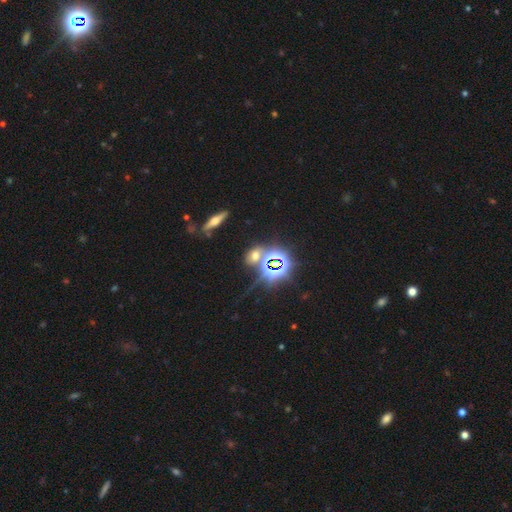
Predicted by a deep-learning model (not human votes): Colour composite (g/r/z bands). It shows a star or artifact, not a galaxy (54%).